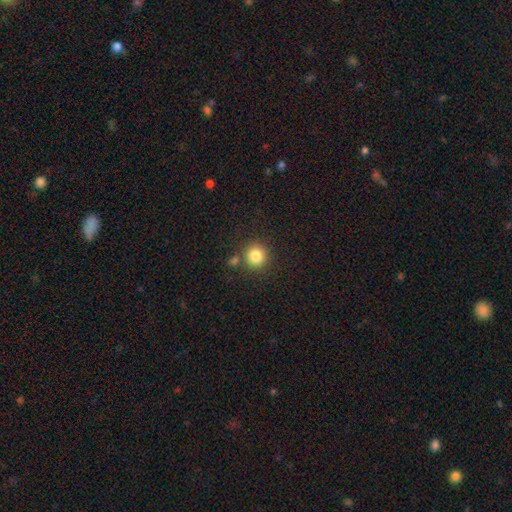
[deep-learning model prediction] smooth-or-featured: smooth: 84% | star or artifact: 11% | featured or disk: 6%
  how-rounded: round: 92% | in between: 7% | cigar-shaped: 1%
  merging: none: 79% | merger: 10% | minor disturbance: 9% | major disturbance: 3%